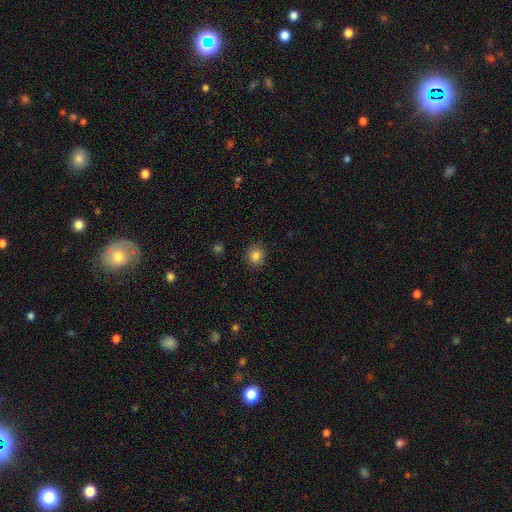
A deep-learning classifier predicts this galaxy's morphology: smooth_or_featured: smooth (p=0.83) [alt: star or artifact p=0.12]
how_rounded: round (p=0.85) [alt: in between p=0.14]
merging: none (p=0.89) [alt: minor disturbance p=0.08]